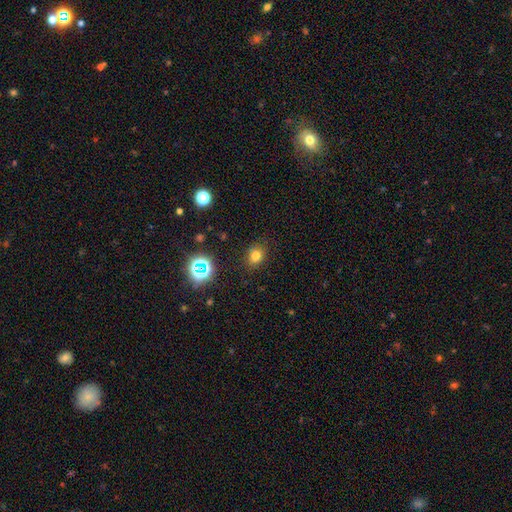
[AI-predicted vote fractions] smooth-or-featured: smooth: 74% | star or artifact: 19% | featured or disk: 7%
  how-rounded: round: 54% | in between: 45% | cigar-shaped: 1%
  merging: none: 85% | minor disturbance: 10% | major disturbance: 3% | merger: 2%